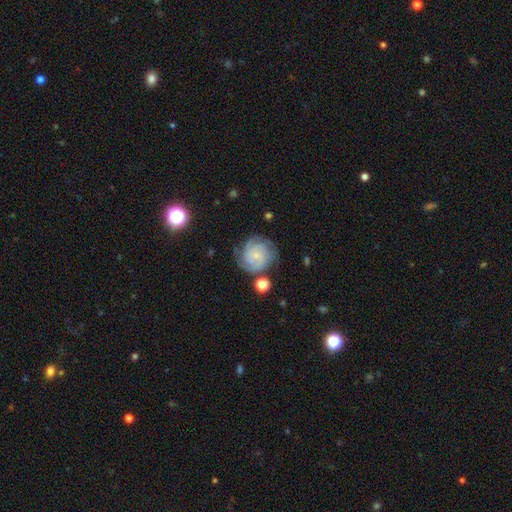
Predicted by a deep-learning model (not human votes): Morphology: type=featured or disk (76%); edge-on=no (98%); bar=no (75%); spiral arms=yes (95%); winding=tight (65%); arm count=3 (29%); bulge=small (77%); merging=none (72%).